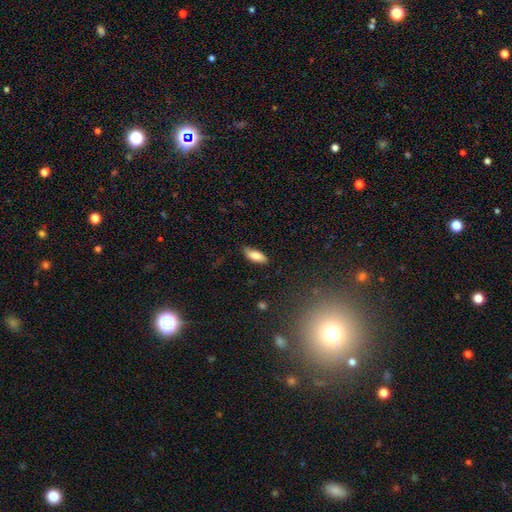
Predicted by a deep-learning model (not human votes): This is clearly a smooth galaxy (84%). How rounded: likely in between (75%). Merging: likely none (80%).